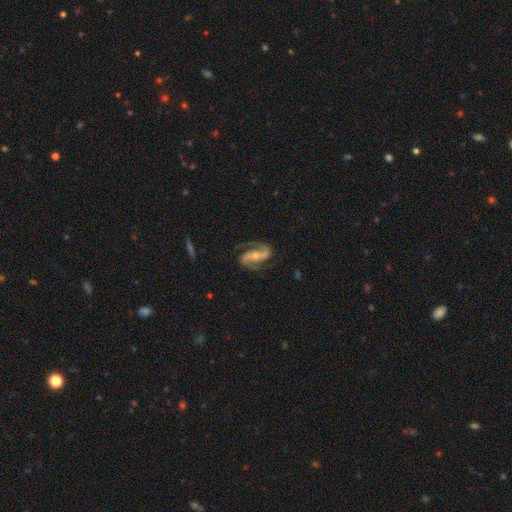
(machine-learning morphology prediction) A featured or disk galaxy (90%) with a strong bar (43%), 2 (92%) medium (52%) spiral arms (97%) and a moderate central bulge (47%).

Vote fractions:
- Smooth or featured? featured or disk: 90% / smooth: 6% / star or artifact: 5%
- Edge-on disk? no: 96% / yes: 4%
- Bar? strong: 43% / weak: 32% / no: 24%
- Spiral arms? yes: 97% / no: 3%
- Spiral winding? medium: 52% / loose: 31% / tight: 17%
- Spiral arm count? 2: 92% / 1: 2% / can't tell: 2% / 3: 1% / 4: 1% / more than 4: 1%
- Bulge size? moderate: 47% / small: 44% / none: 4% / large: 4% / dominant: 1%
- Merging? none: 76% / minor disturbance: 14% / major disturbance: 8% / merger: 2%